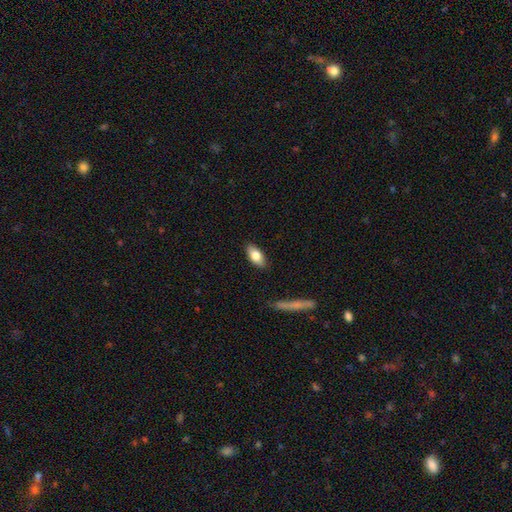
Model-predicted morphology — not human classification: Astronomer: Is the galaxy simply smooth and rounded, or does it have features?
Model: smooth — 79%.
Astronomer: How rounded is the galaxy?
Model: in between — 88%.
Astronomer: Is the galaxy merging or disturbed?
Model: none — 87%.